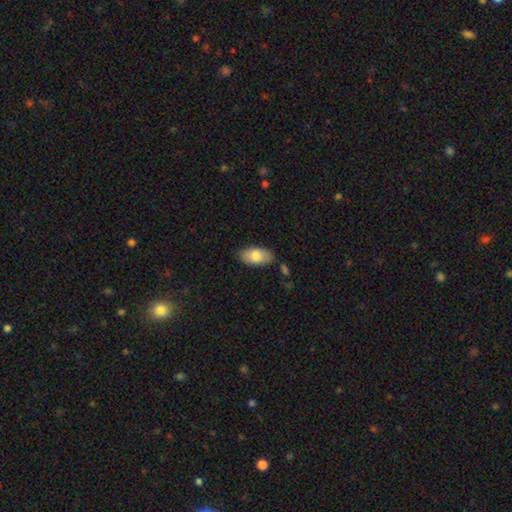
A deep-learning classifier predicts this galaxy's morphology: A smooth galaxy with no disk features (82%) that is in between round and cigar-shaped (94%). Merging: none (80%).